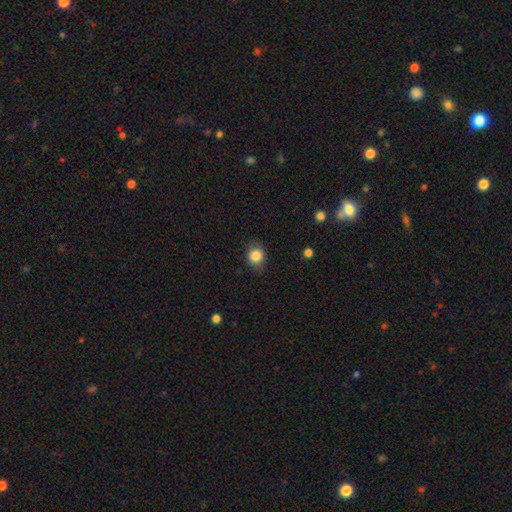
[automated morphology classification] smooth_or_featured: smooth (p=0.83) [alt: star or artifact p=0.09]
how_rounded: round (p=0.62) [alt: in between p=0.37]
merging: none (p=0.77) [alt: minor disturbance p=0.18]